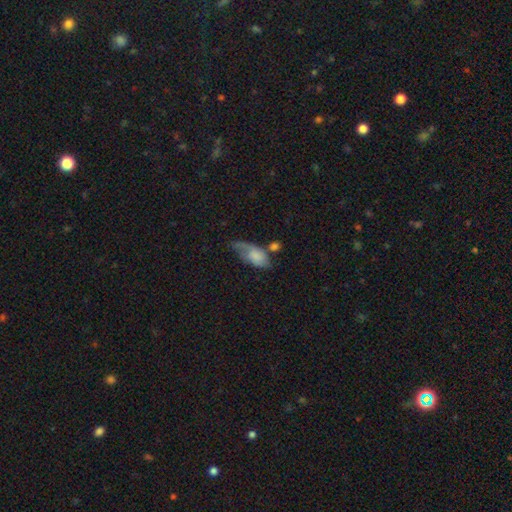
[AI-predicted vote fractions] The model was most divided on "merging" (2-way tie): minor disturbance: 29%, none: 29%, major disturbance: 28%, merger: 15%. More confident: how rounded — in between (87%); smooth or featured — smooth (59%).